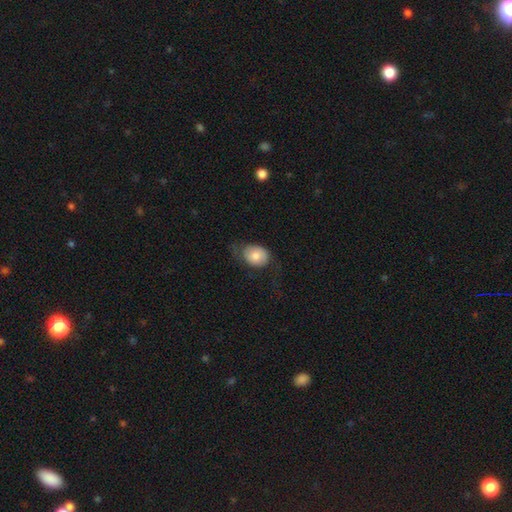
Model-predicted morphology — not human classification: type=smooth (68%); roundness=in between (60%); merging=none (51%).